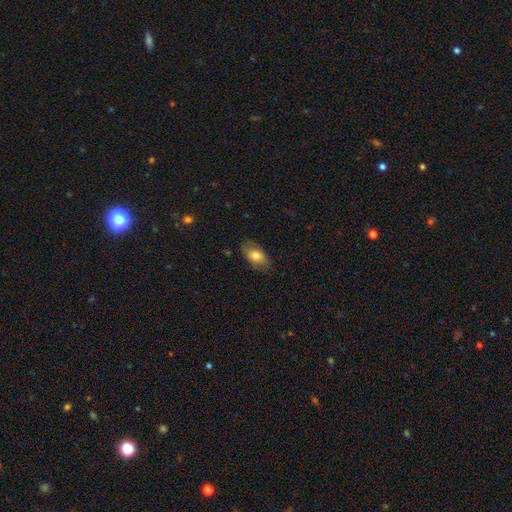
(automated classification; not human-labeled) smooth-or-featured: smooth: 71% | featured or disk: 22% | star or artifact: 7%
  how-rounded: in between: 90% | round: 7% | cigar-shaped: 3%
  merging: none: 76% | minor disturbance: 18% | major disturbance: 5% | merger: 1%